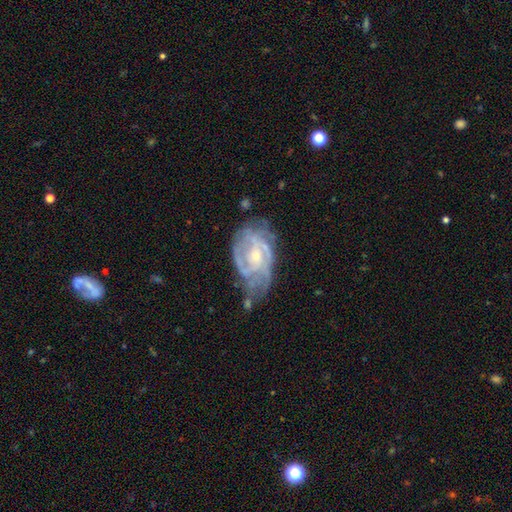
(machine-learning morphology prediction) type=featured or disk (84%); edge-on=no (96%); bar=no (59%); spiral arms=yes (91%); winding=tight (58%); arm count=can't tell (36%); bulge=small (56%); merging=none (51%).